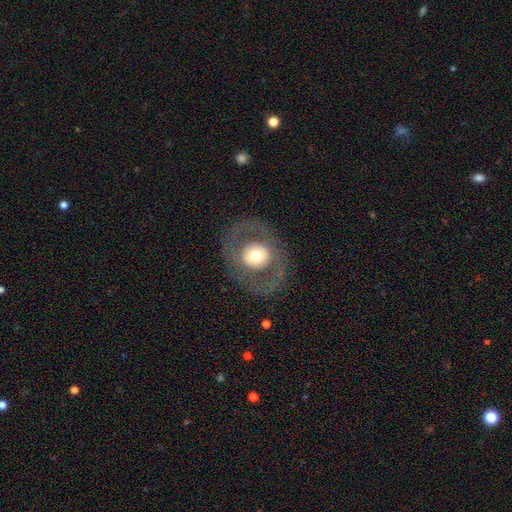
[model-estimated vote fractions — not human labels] Overall: featured or disk (53%; smooth 40%). Edge-on disk: no (94%). Merging: none (79%).